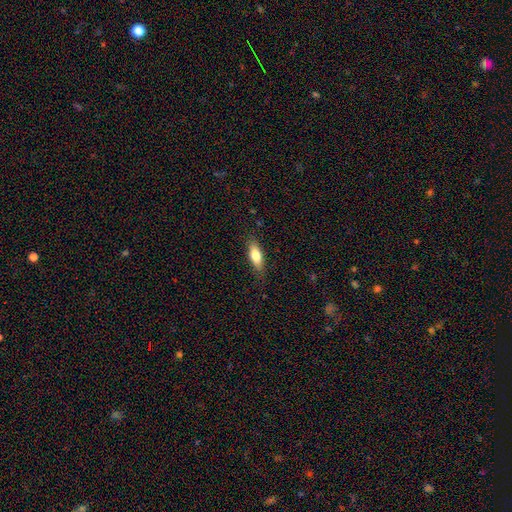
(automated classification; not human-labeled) Q: Smooth or featured?
A: smooth (76%); runner-up: featured or disk (18%)
Q: How rounded?
A: in between (62%); runner-up: cigar-shaped (35%)
Q: Merging?
A: none (81%); runner-up: minor disturbance (14%)